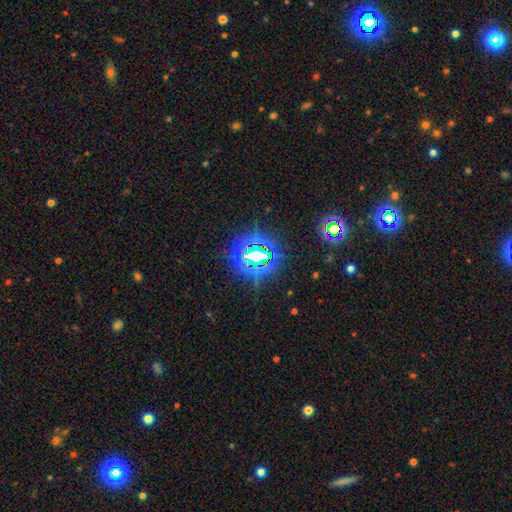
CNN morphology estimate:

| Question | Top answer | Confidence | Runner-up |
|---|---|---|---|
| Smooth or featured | star or artifact | 77% | smooth (13%) |